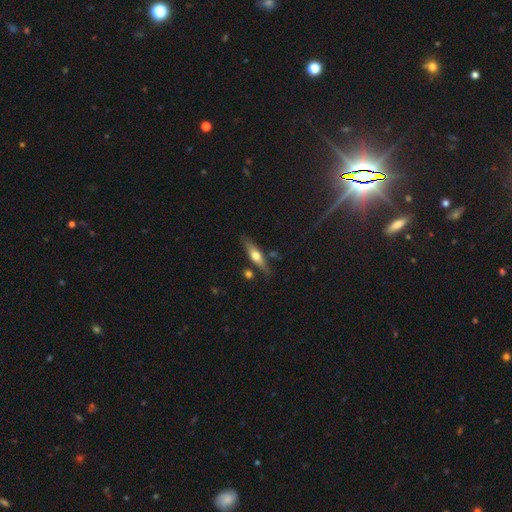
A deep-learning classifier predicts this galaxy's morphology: Smooth or featured? featured or disk (47%)
Merging? none (78%)